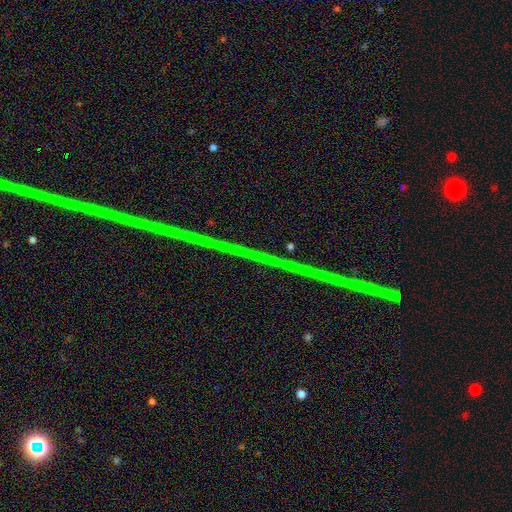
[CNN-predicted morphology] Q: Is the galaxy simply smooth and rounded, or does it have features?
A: star or artifact — 82%.